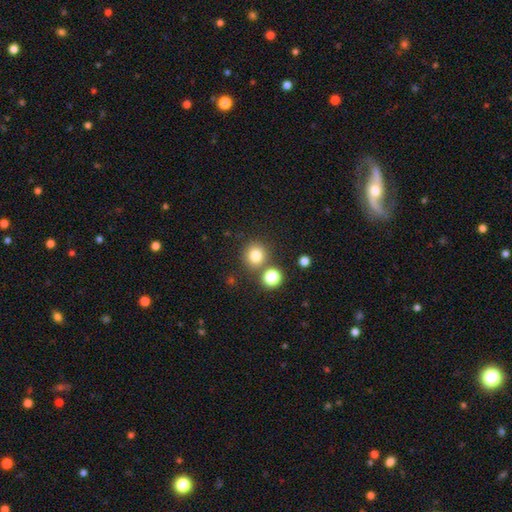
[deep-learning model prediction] Overall: smooth (80%). How rounded: round (90%). Merging: none (77%).